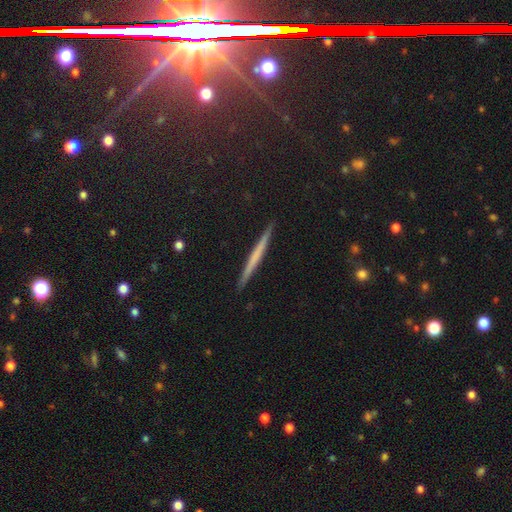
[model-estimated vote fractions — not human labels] Smooth or featured?
  - featured or disk: 47% *
  - smooth: 43%
  - star or artifact: 10%
Merging?
  - none: 92% *
  - minor disturbance: 6%
  - major disturbance: 1%
  - merger: 1%